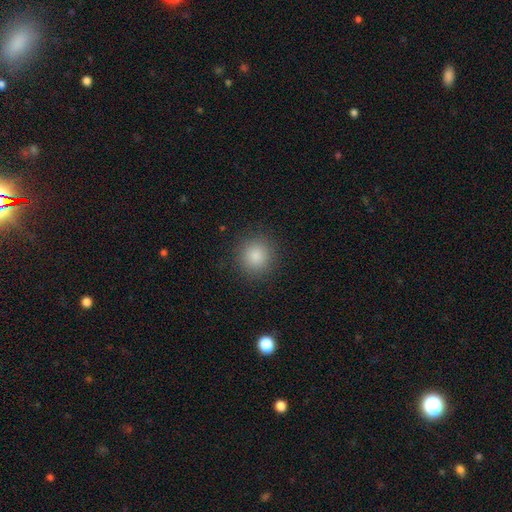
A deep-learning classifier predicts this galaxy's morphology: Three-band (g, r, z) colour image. It shows a smooth galaxy with no disk features (85%) that is round (91%). Merging: none (89%).